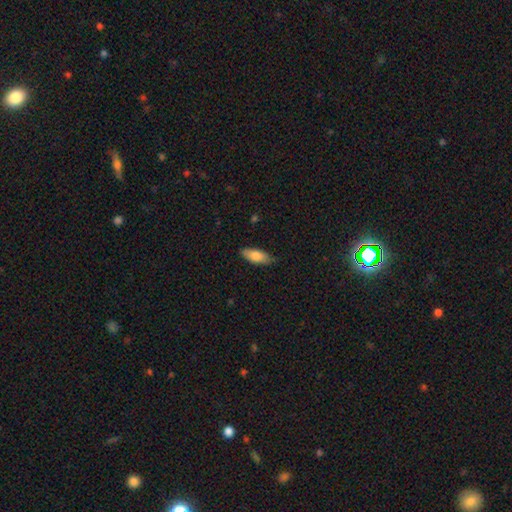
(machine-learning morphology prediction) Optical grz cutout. It shows a smooth galaxy with no disk features (82%) that is in between round and cigar-shaped (79%). Merging: none (83%).